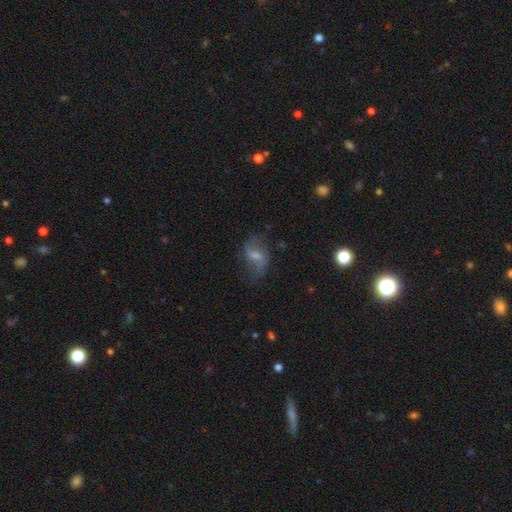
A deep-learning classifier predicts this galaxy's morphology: Smooth or featured?
  - featured or disk: 70% *
  - smooth: 20%
  - star or artifact: 10%
Edge-on disk?
  - no: 96% *
  - yes: 4%
Bar?
  - weak: 55% *
  - no: 25%
  - strong: 20%
Spiral arms?
  - yes: 88% *
  - no: 12%
Spiral winding?
  - loose: 75% *
  - medium: 20%
  - tight: 5%
Spiral arm count?
  - 2: 88% *
  - can't tell: 5%
  - 1: 4%
  - 3: 1%
  - 4: 1%
  - more than 4: 1%
Bulge size?
  - small: 41% *
  - moderate: 38%
  - none: 16%
  - large: 4%
  - dominant: 1%
Merging?
  - none: 67% *
  - minor disturbance: 20%
  - major disturbance: 11%
  - merger: 2%